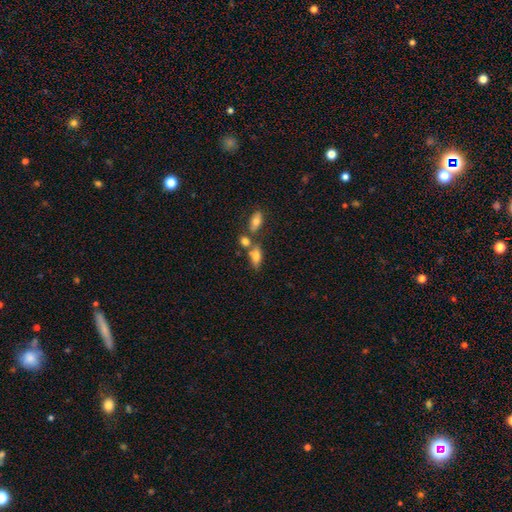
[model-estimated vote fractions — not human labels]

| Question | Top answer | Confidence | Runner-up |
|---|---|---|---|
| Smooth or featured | smooth | 69% | featured or disk (22%) |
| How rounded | in between | 79% | cigar-shaped (16%) |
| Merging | none | 49% | merger (32%) |